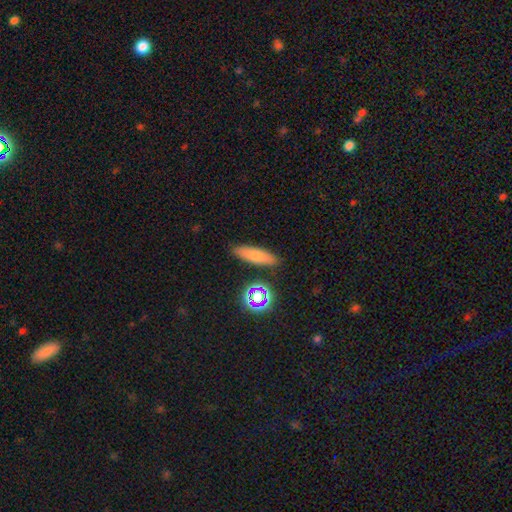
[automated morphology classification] smooth-or-featured: smooth: 71% | featured or disk: 16% | star or artifact: 13%
  how-rounded: cigar-shaped: 53% | in between: 41% | round: 5%
  merging: none: 86% | minor disturbance: 9% | merger: 3% | major disturbance: 2%